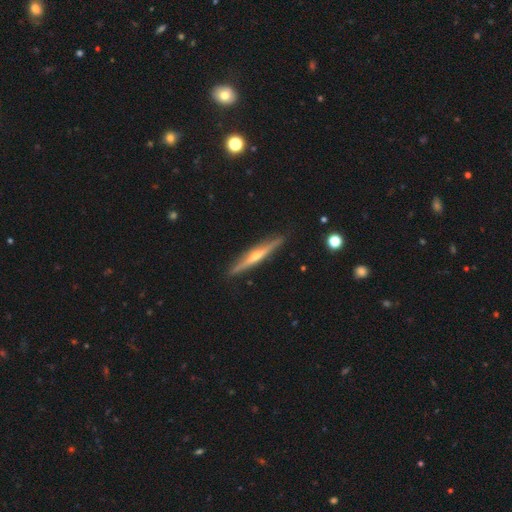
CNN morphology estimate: This appears to be a featured or disk galaxy (77%) viewed edge-on (98%) with a rounded central bulge (85%). Merging: none (90%).